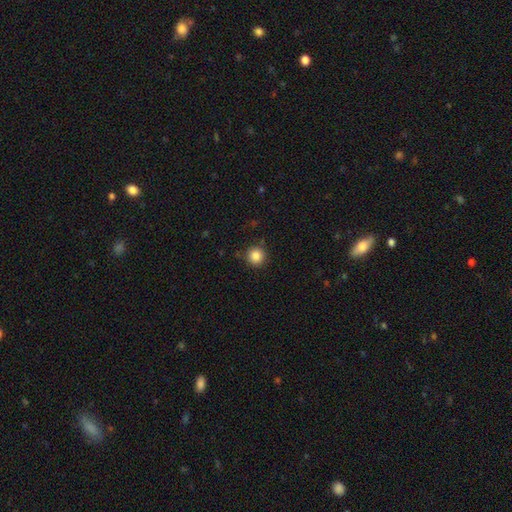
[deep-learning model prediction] Morphology: type=smooth (86%); roundness=round (95%); merging=none (87%).